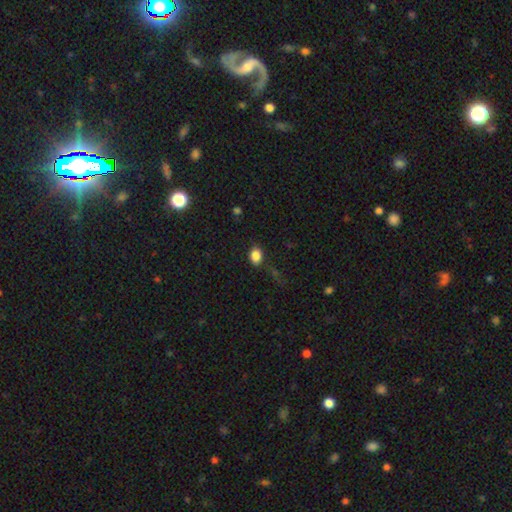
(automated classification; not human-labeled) This is clearly a smooth galaxy (85%). How rounded: likely in between (70%). Merging: likely none (78%).